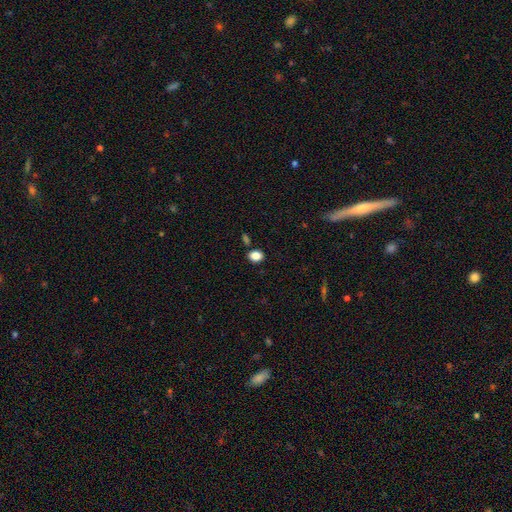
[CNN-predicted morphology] A smooth galaxy with no disk features (85%) that is in between round and cigar-shaped (54%).

Vote fractions:
- Smooth or featured? smooth: 85% / star or artifact: 11% / featured or disk: 4%
- How rounded? in between: 54% / round: 45% / cigar-shaped: 1%
- Merging? none: 82% / minor disturbance: 10% / merger: 6% / major disturbance: 3%